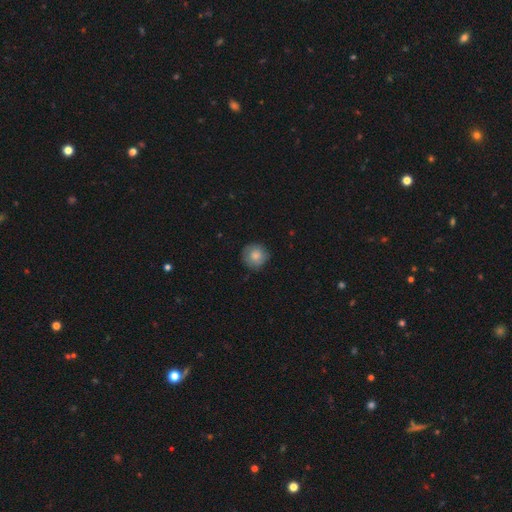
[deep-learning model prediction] This appears to be a smooth galaxy with no disk features (81%) that is round (93%). Merging: none (82%).